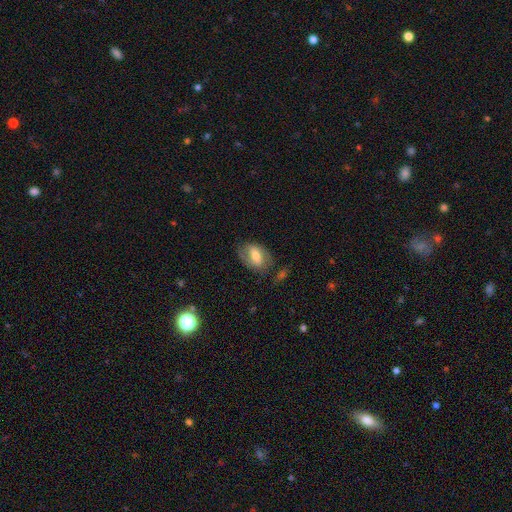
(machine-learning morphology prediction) Smooth or featured? Predicted: smooth (p=0.47). Merging? Predicted: none (p=0.65).